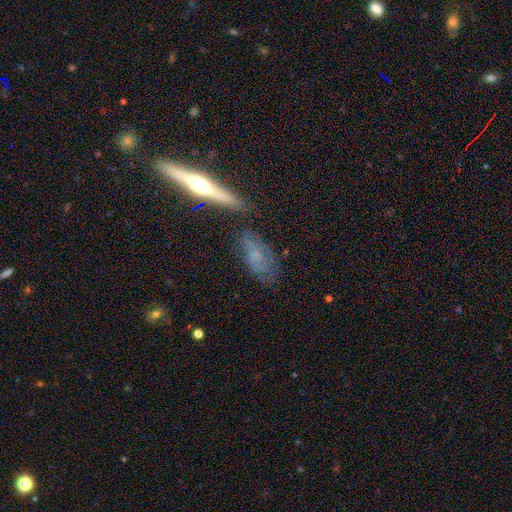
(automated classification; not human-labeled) Q: Smooth or featured?
A: featured or disk (52%); runner-up: smooth (38%)
Q: Edge-on disk?
A: no (61%); runner-up: yes (39%)
Q: Merging?
A: none (63%); runner-up: minor disturbance (23%)